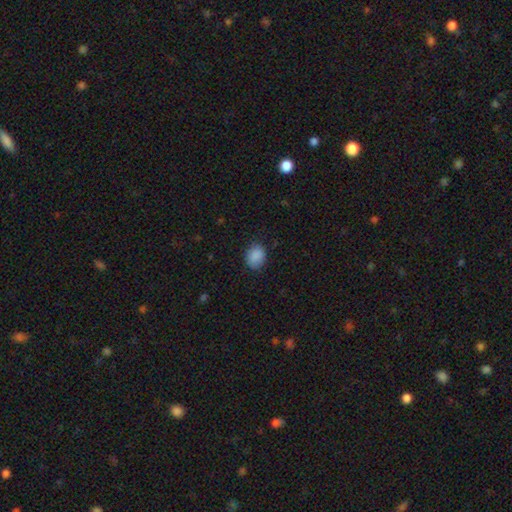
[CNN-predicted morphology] Smooth or featured?
  - smooth: 88% *
  - star or artifact: 8%
  - featured or disk: 4%
How rounded?
  - round: 53% *
  - in between: 47%
  - cigar-shaped: 1%
Merging?
  - none: 80% *
  - minor disturbance: 15%
  - major disturbance: 3%
  - merger: 1%